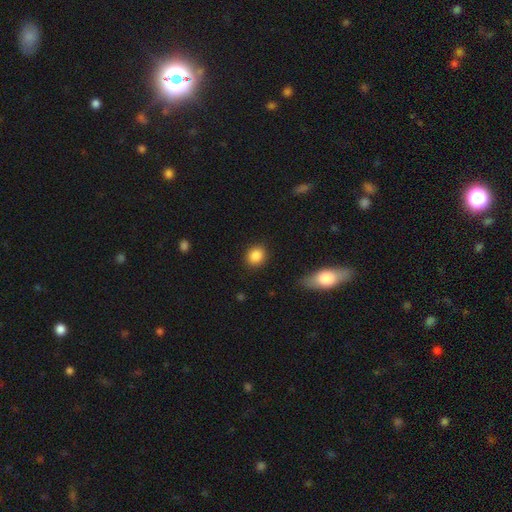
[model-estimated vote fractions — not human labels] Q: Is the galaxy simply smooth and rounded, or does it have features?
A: smooth — 87%.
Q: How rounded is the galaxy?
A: round — 77%.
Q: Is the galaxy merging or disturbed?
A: none — 88%.